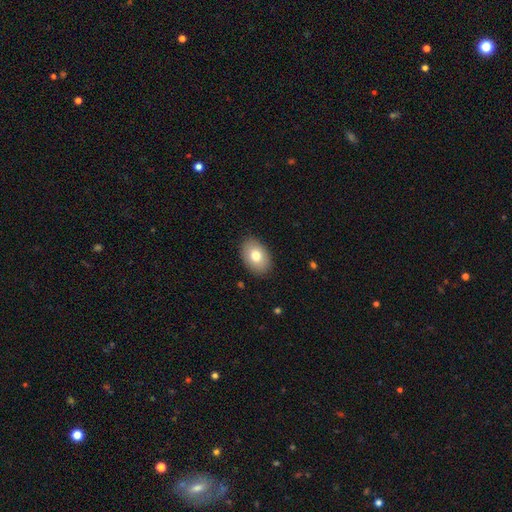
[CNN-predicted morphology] This is likely a smooth galaxy (77%). How rounded: clearly in between (85%). Merging: clearly none (88%).